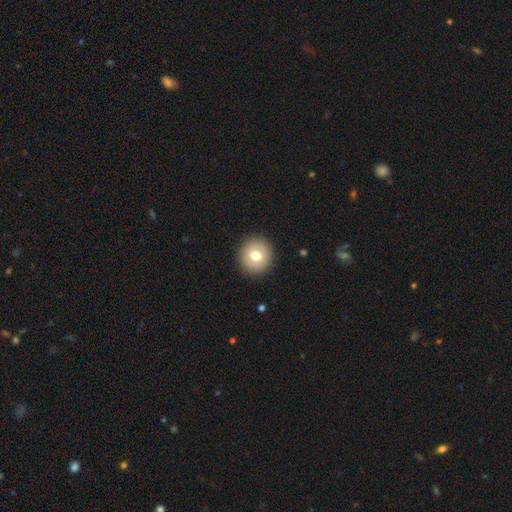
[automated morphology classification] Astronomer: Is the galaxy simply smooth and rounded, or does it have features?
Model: smooth — 73%.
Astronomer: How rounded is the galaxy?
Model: round — 92%.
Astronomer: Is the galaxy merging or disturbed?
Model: none — 92%.